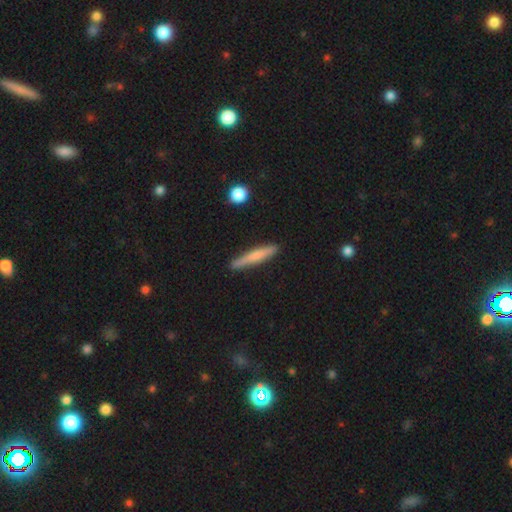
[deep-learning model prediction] smooth_or_featured: smooth (p=0.63) [alt: featured or disk p=0.31]
how_rounded: cigar-shaped (p=0.93) [alt: in between p=0.05]
merging: none (p=0.86) [alt: minor disturbance p=0.10]